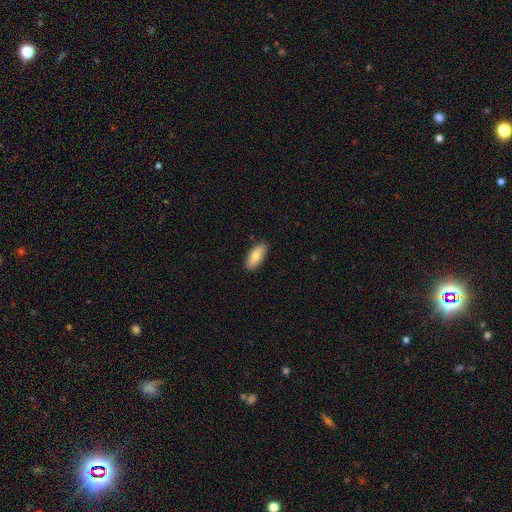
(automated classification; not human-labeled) Morphology: type=smooth (80%); roundness=in between (85%); merging=none (88%).